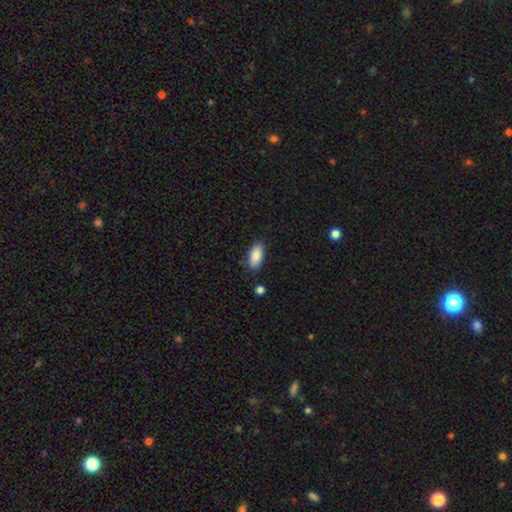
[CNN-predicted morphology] smooth-or-featured: smooth: 86% | featured or disk: 7% | star or artifact: 7%
  how-rounded: in between: 88% | cigar-shaped: 10% | round: 2%
  merging: none: 83% | minor disturbance: 12% | major disturbance: 3% | merger: 2%